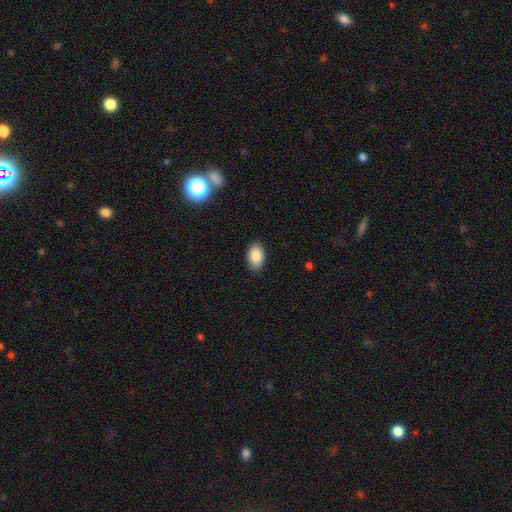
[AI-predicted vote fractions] Smooth or featured? smooth (87%)
How rounded? in between (93%)
Merging? none (88%)